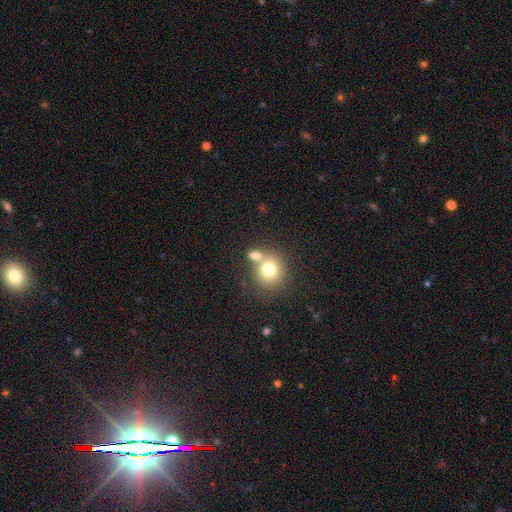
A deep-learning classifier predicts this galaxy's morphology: Smooth or featured?
  - smooth: 75% *
  - featured or disk: 13%
  - star or artifact: 12%
How rounded?
  - round: 72% *
  - in between: 27%
  - cigar-shaped: 1%
Merging?
  - none: 45% *
  - merger: 43%
  - minor disturbance: 9%
  - major disturbance: 4%